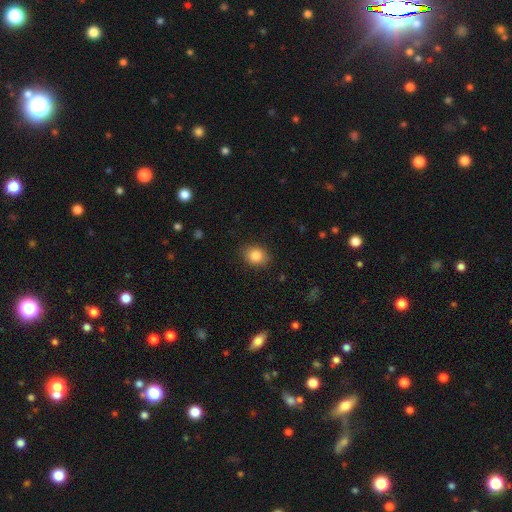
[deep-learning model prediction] Smooth or featured? Predicted: smooth (p=0.84). How rounded? Predicted: in between (p=0.50). Merging? Predicted: none (p=0.87).